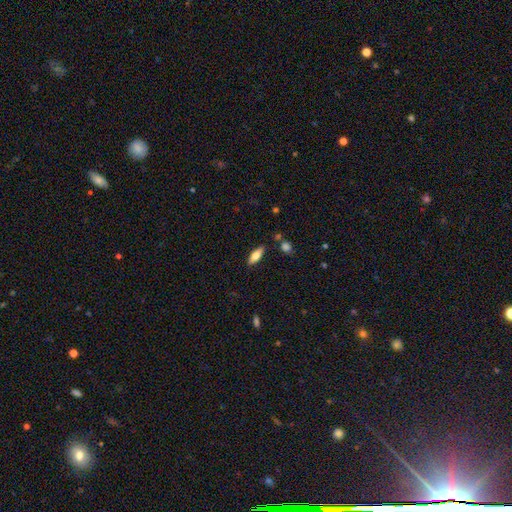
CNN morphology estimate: Smooth or featured? smooth (62%)
How rounded? in between (63%)
Merging? none (84%)